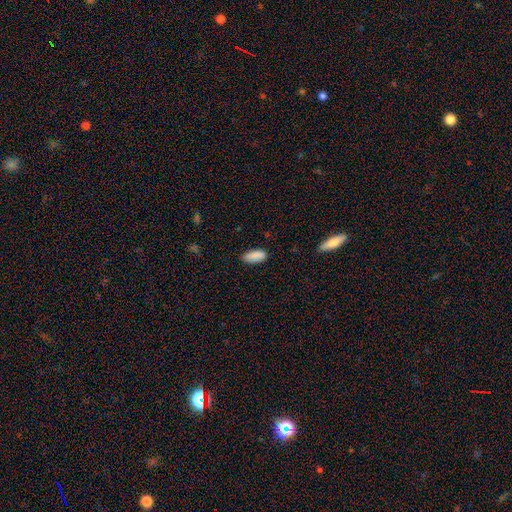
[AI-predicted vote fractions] Q: Smooth or featured?
A: smooth (88%); runner-up: star or artifact (7%)
Q: How rounded?
A: in between (85%); runner-up: cigar-shaped (13%)
Q: Merging?
A: none (81%); runner-up: minor disturbance (15%)